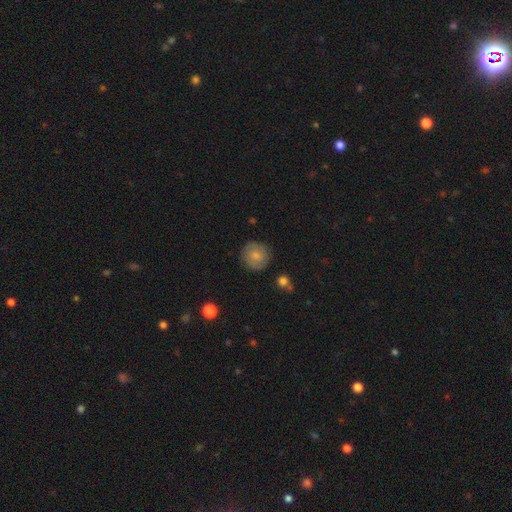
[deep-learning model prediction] smooth_or_featured: smooth (p=0.74) [alt: featured or disk p=0.18]
how_rounded: round (p=0.93) [alt: in between p=0.06]
merging: none (p=0.86) [alt: minor disturbance p=0.10]